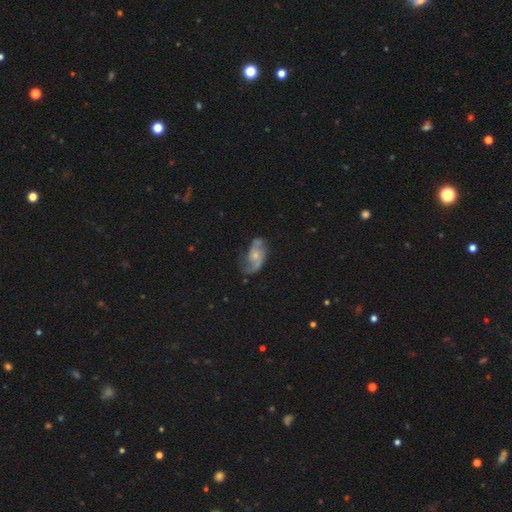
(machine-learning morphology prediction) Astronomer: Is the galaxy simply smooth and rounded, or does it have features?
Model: featured or disk — 75%.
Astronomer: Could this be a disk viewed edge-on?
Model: no — 96%.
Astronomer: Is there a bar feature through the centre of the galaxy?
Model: no — 70%.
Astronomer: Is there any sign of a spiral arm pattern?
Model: yes — 90%.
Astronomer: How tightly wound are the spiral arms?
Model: medium — 43% (runner-up: loose, 40%).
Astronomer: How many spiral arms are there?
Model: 2 — 77%.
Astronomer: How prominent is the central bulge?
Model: small — 60%.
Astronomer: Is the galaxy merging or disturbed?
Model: none — 55%.